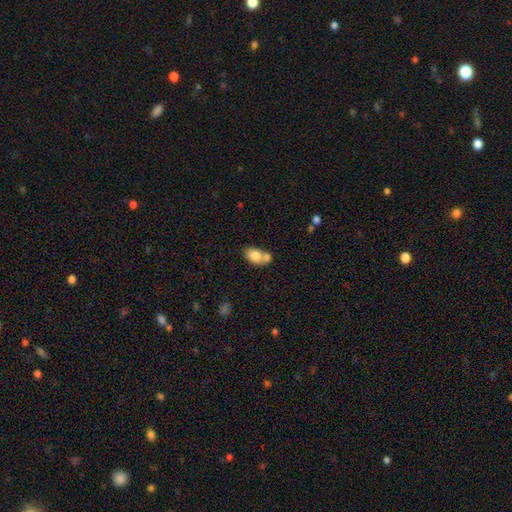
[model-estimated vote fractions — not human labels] Q: Smooth or featured?
A: smooth (80%); runner-up: featured or disk (13%)
Q: How rounded?
A: in between (80%); runner-up: round (18%)
Q: Merging?
A: merger (48%); runner-up: none (35%)